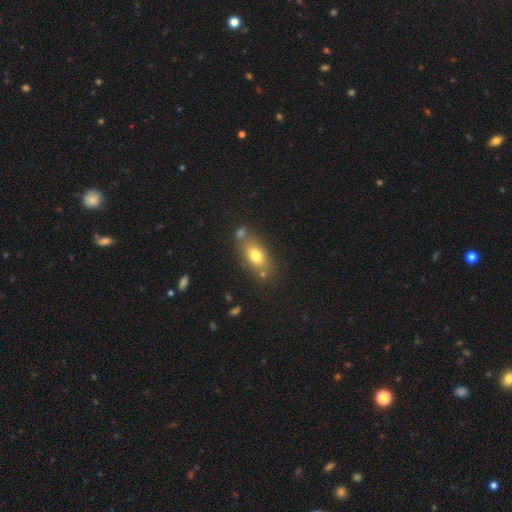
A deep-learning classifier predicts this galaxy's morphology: Smooth or featured?
  - smooth: 75% *
  - featured or disk: 16%
  - star or artifact: 10%
How rounded?
  - in between: 80% *
  - round: 13%
  - cigar-shaped: 7%
Merging?
  - none: 64% *
  - merger: 18%
  - minor disturbance: 14%
  - major disturbance: 4%